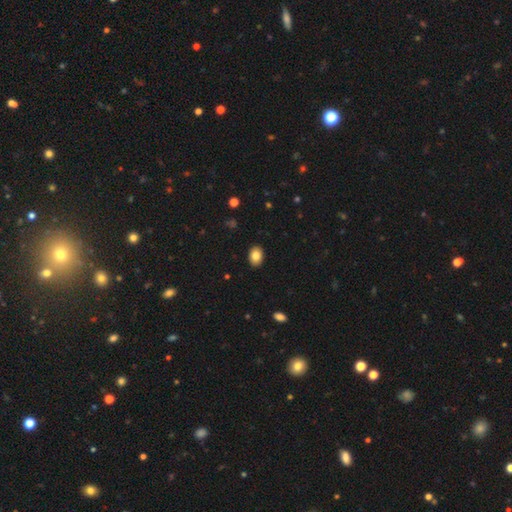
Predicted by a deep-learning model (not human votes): Smooth or featured?
  - smooth: 85% *
  - star or artifact: 8%
  - featured or disk: 7%
How rounded?
  - in between: 79% *
  - round: 20%
  - cigar-shaped: 1%
Merging?
  - none: 90% *
  - minor disturbance: 7%
  - major disturbance: 2%
  - merger: 1%